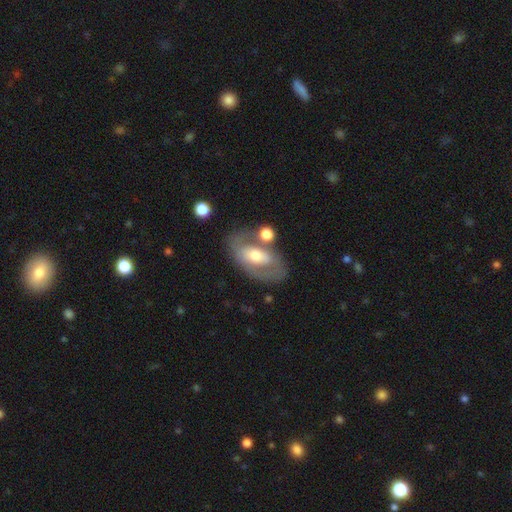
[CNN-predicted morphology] A featured or disk galaxy (57%) with no bar (48%), no spiral arms (63%) and a moderate central bulge (65%).

Vote fractions:
- Smooth or featured? featured or disk: 57% / smooth: 36% / star or artifact: 7%
- Edge-on disk? no: 90% / yes: 10%
- Bar? no: 48% / weak: 30% / strong: 22%
- Spiral arms? no: 63% / yes: 37%
- Bulge size? moderate: 65% / small: 17% / large: 15% / none: 2% / dominant: 2%
- Merging? none: 58% / minor disturbance: 18% / merger: 14% / major disturbance: 10%